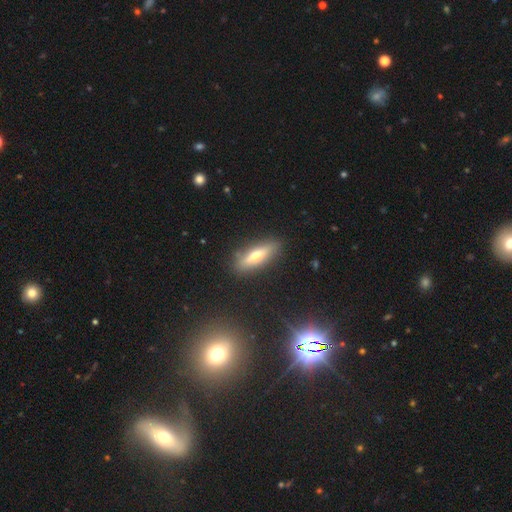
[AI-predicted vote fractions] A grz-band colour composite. It shows a smooth galaxy with no disk features (54%) that is cigar-shaped (57%). Merging: none (86%).